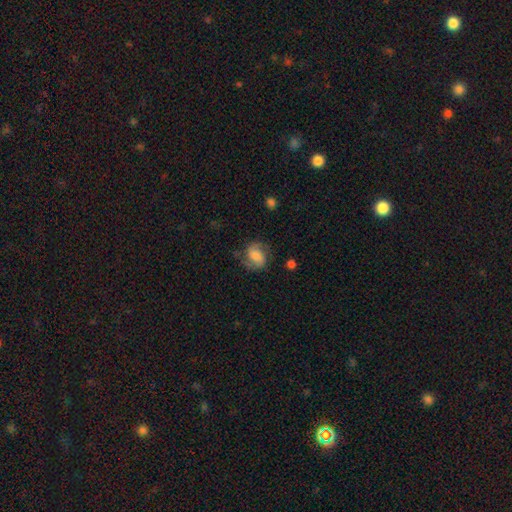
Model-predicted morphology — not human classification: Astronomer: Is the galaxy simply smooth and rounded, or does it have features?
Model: featured or disk — 57% (runner-up: smooth, 34%).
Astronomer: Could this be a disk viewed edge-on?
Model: no — 98%.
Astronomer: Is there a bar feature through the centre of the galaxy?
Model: no — 44% (runner-up: weak, 41%).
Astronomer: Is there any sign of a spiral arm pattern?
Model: yes — 91%.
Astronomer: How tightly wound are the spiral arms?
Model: medium — 49% (runner-up: loose, 28%).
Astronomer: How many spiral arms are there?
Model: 2 — 86%.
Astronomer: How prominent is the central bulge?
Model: large — 27%, tied with moderate at 27%.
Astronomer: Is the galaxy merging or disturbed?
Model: none — 67%.